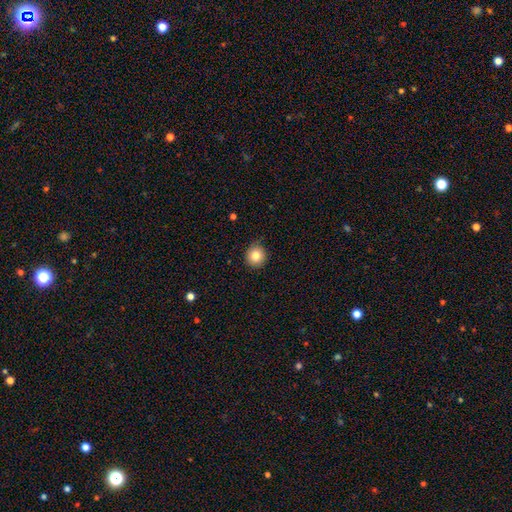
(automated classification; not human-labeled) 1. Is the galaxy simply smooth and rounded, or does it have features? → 82% smooth, 10% star or artifact, 8% featured or disk.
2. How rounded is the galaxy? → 91% round, 8% in between, 1% cigar-shaped.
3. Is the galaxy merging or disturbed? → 82% none, 14% minor disturbance, 3% major disturbance, 1% merger.